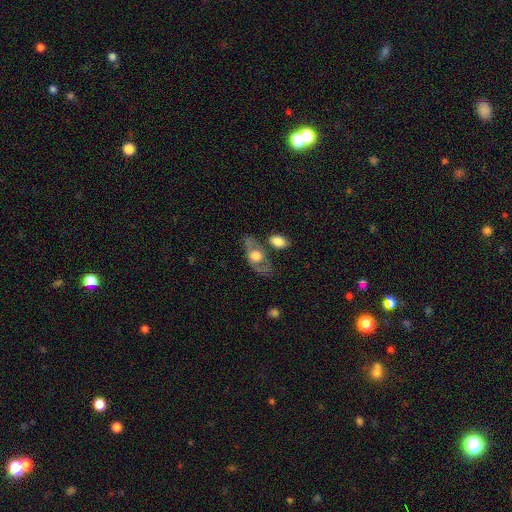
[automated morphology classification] Overall: featured or disk (52%; smooth 41%). Edge-on disk: no (68%; yes 32%). Merging: none (60%).